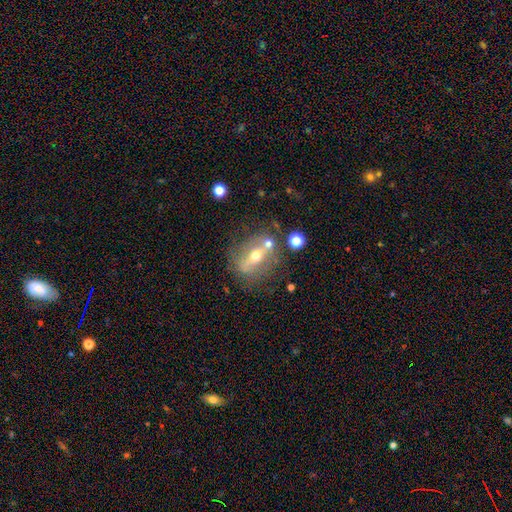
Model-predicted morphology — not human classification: The model was most divided on "edge-on disk": no: 69%, yes: 31%. More confident: smooth or featured — featured or disk (64%); merging — none (63%).